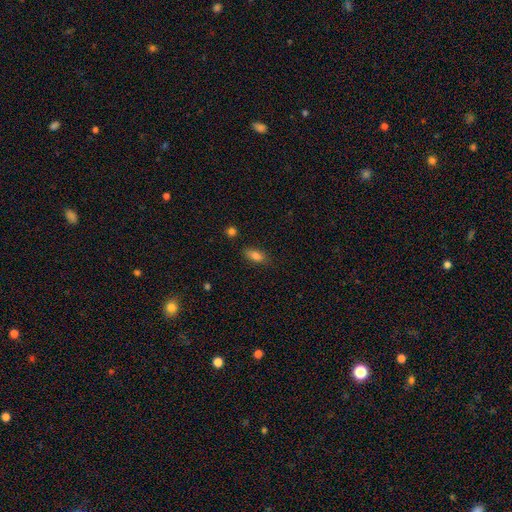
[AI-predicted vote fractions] Morphology: type=smooth (81%); roundness=in between (83%); merging=none (81%).